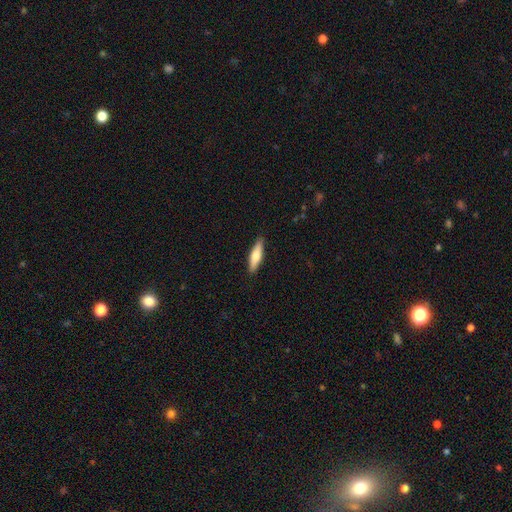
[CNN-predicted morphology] This appears to be a smooth galaxy with no disk features (59%) that is cigar-shaped (70%). Merging: none (90%).